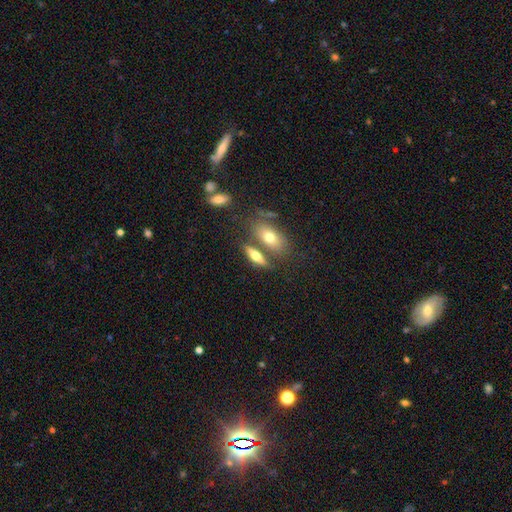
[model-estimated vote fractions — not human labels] Overall: smooth (59%; featured or disk 33%). How rounded: in between (51%; cigar-shaped 43%). Merging: none (59%; merger 26%).